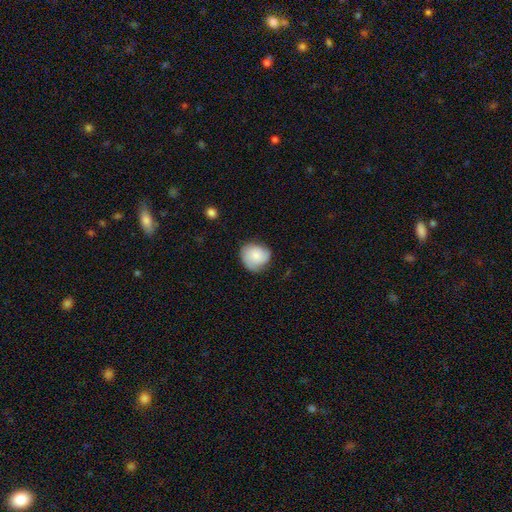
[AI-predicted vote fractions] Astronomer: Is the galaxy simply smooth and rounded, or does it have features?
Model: smooth — 72%.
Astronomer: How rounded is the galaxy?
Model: round — 77%.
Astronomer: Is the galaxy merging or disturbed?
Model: none — 67%.